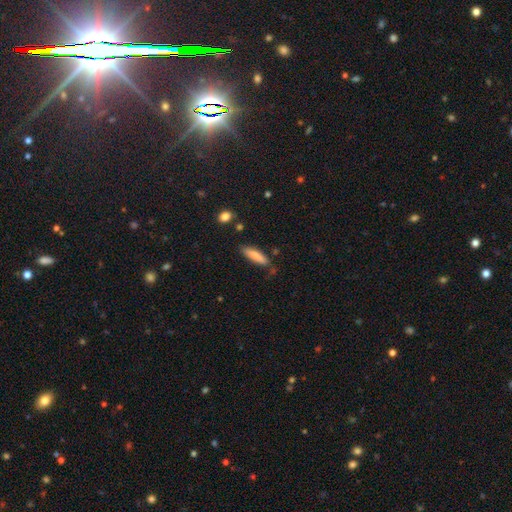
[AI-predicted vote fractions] smooth-or-featured: smooth: 80% | featured or disk: 13% | star or artifact: 6%
  how-rounded: cigar-shaped: 71% | in between: 28% | round: 1%
  merging: none: 78% | minor disturbance: 16% | merger: 4% | major disturbance: 3%